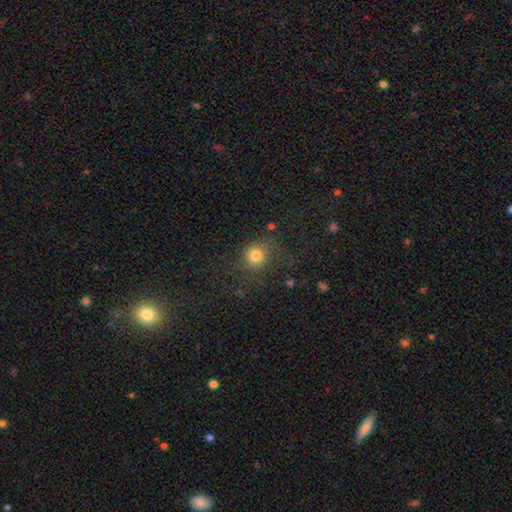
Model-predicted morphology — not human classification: Q: Smooth or featured?
A: smooth (76%); runner-up: star or artifact (16%)
Q: How rounded?
A: round (83%); runner-up: in between (15%)
Q: Merging?
A: none (69%); runner-up: minor disturbance (16%)